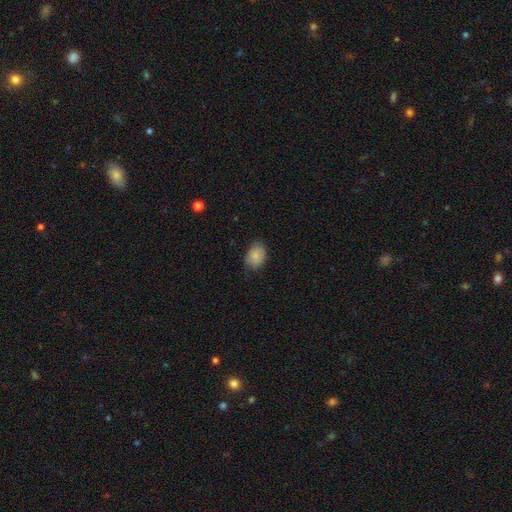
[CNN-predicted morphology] smooth 84%, featured or disk 8%, star or artifact 7%. Down the decision tree: how rounded — in between (79%); merging — none (70%).